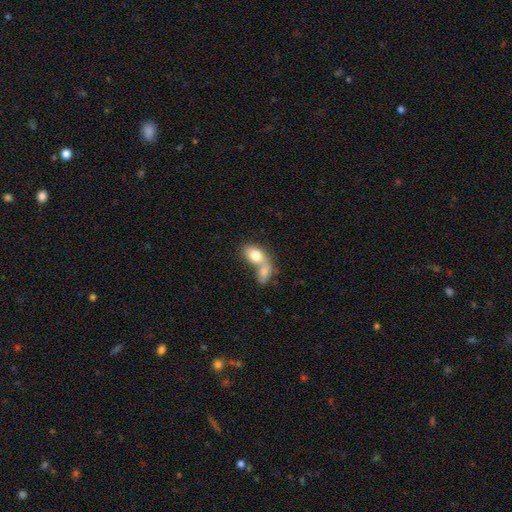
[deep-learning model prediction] smooth_or_featured: smooth (p=0.78) [alt: featured or disk p=0.16]
how_rounded: in between (p=0.84) [alt: round p=0.14]
merging: merger (p=0.69) [alt: none p=0.19]